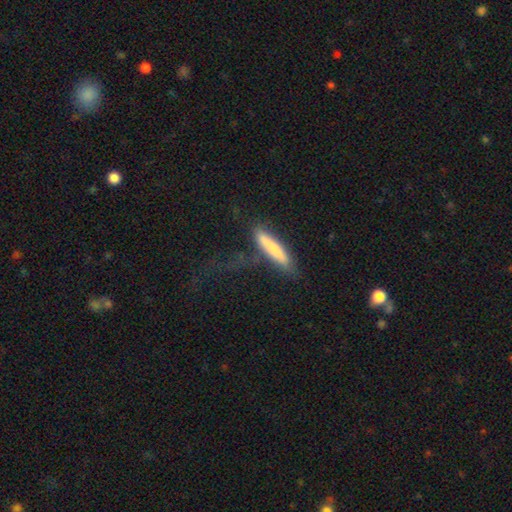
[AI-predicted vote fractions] This appears to be a smooth galaxy with no disk features (58%) that is cigar-shaped (88%). Merging: none (45%).